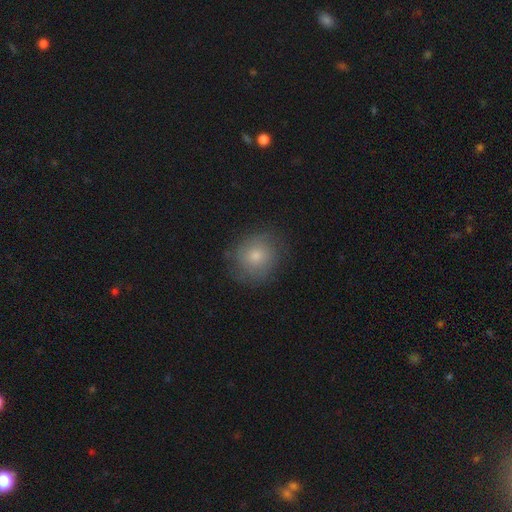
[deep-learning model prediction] smooth_or_featured: smooth (p=0.66) [alt: featured or disk p=0.22]
how_rounded: round (p=0.82) [alt: in between p=0.17]
merging: none (p=0.79) [alt: minor disturbance p=0.15]